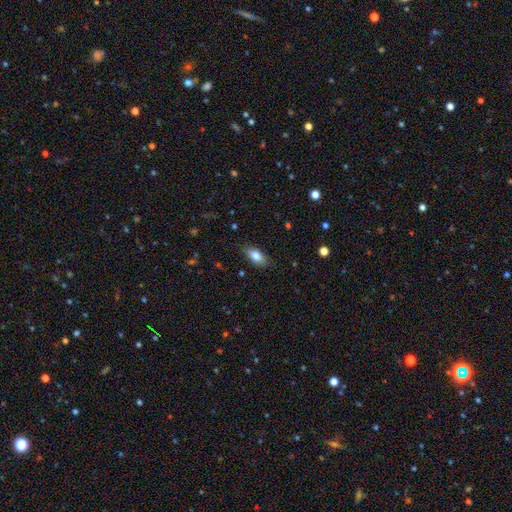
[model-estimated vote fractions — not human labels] This is clearly a smooth galaxy (83%). How rounded: clearly in between (84%). Merging: clearly none (84%).